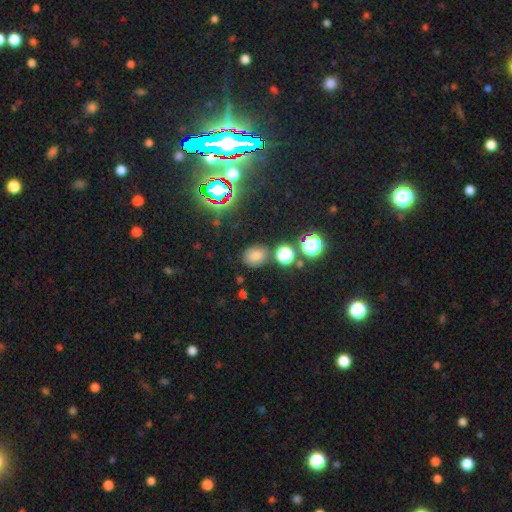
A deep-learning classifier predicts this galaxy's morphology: The model was most divided on "how rounded": round: 54%, in between: 45%, cigar-shaped: 1%. More confident: merging — none (79%); smooth or featured — smooth (72%).